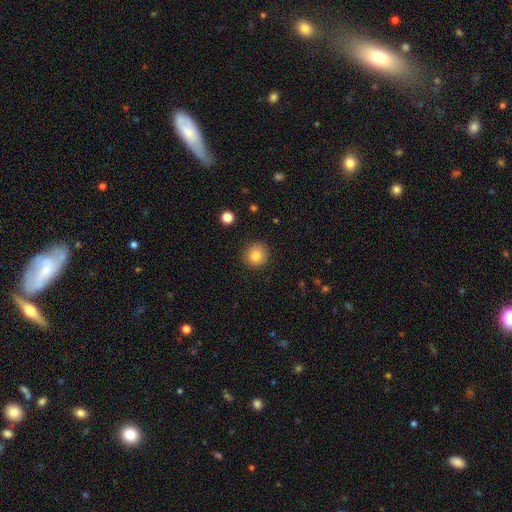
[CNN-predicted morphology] Smooth or featured?
  - smooth: 84% *
  - star or artifact: 10%
  - featured or disk: 6%
How rounded?
  - round: 92% *
  - in between: 7%
  - cigar-shaped: 1%
Merging?
  - none: 89% *
  - minor disturbance: 8%
  - major disturbance: 2%
  - merger: 1%